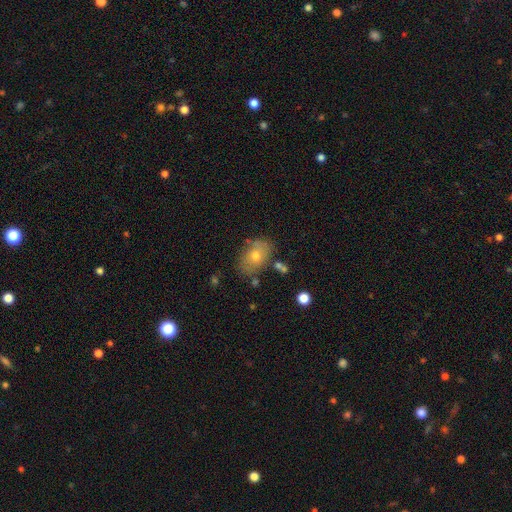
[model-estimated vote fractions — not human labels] Overall: smooth (64%; featured or disk 26%). How rounded: in between (81%). Merging: none (72%).